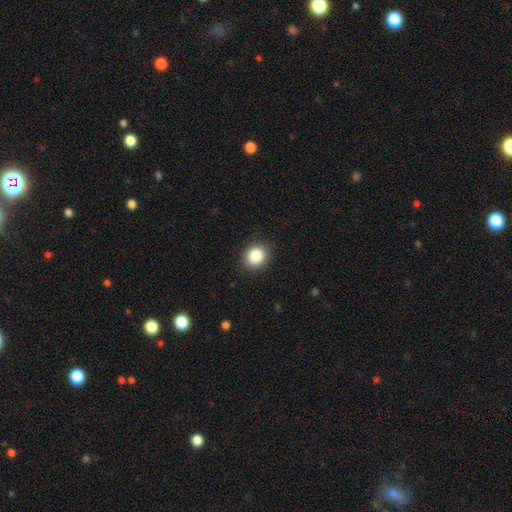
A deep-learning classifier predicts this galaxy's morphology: The model was most divided on "how rounded": round: 67%, in between: 32%, cigar-shaped: 1%. More confident: merging — none (89%); smooth or featured — smooth (86%).